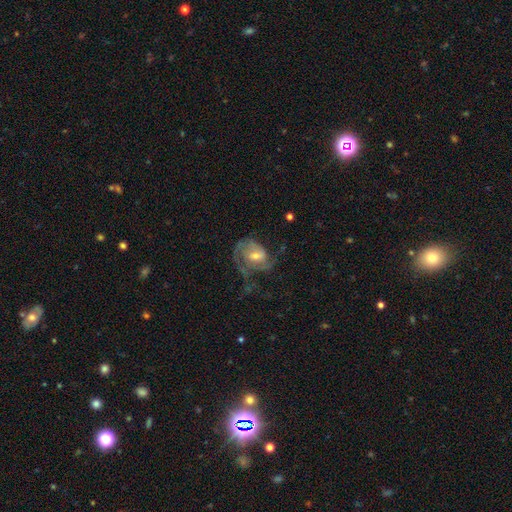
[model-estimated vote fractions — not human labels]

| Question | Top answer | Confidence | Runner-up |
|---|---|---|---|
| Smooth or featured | featured or disk | 76% | smooth (17%) |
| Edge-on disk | no | 97% | yes (3%) |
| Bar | weak | 46% | no (43%) |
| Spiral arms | yes | 88% | no (12%) |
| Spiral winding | medium | 44% | tight (33%) |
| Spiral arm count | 2 | 48% | can't tell (20%) |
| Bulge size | moderate | 53% | small (38%) |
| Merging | none | 39% | major disturbance (37%) |